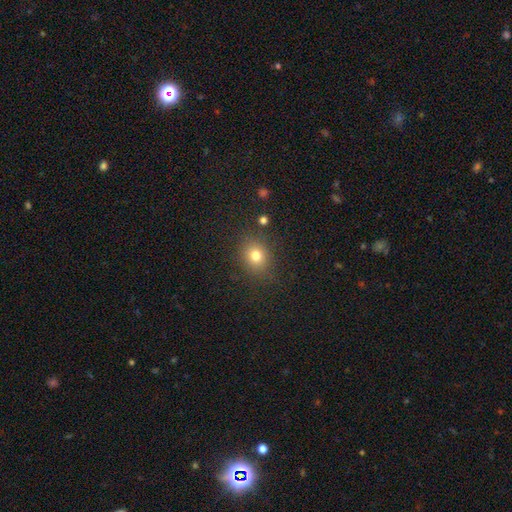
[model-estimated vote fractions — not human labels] A smooth galaxy with no disk features (78%) that is round (68%). Merging: none (84%).